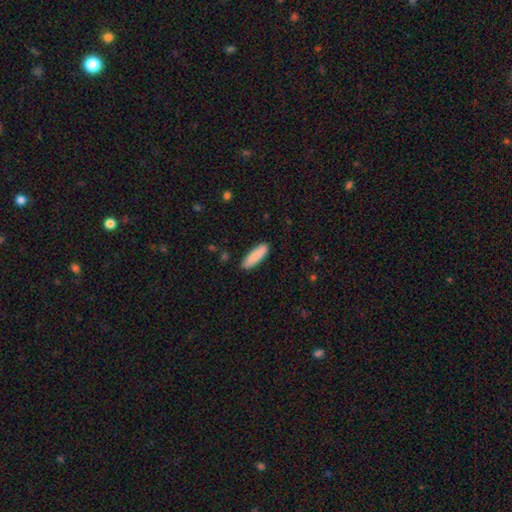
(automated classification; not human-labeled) Smooth or featured? smooth (88%)
How rounded? cigar-shaped (56%)
Merging? none (88%)